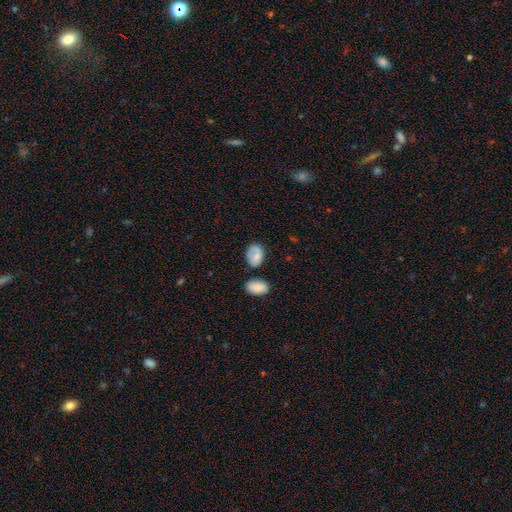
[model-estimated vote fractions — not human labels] This appears to be a smooth galaxy with no disk features (70%) that is in between round and cigar-shaped (79%). Merging: none (54%).